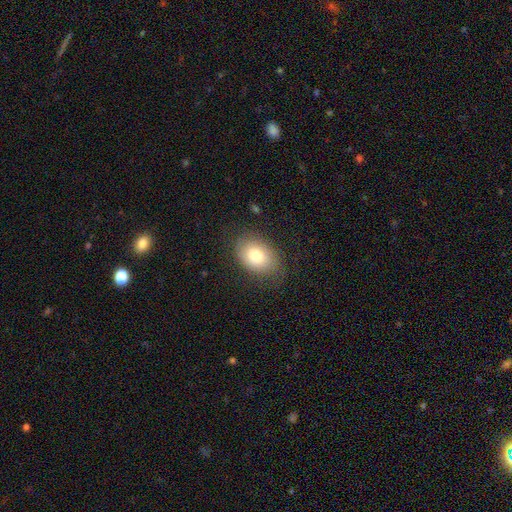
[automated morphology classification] The model was most divided on "merging": none: 74%, minor disturbance: 19%, major disturbance: 6%, merger: 1%. More confident: how rounded — in between (81%); smooth or featured — smooth (78%).